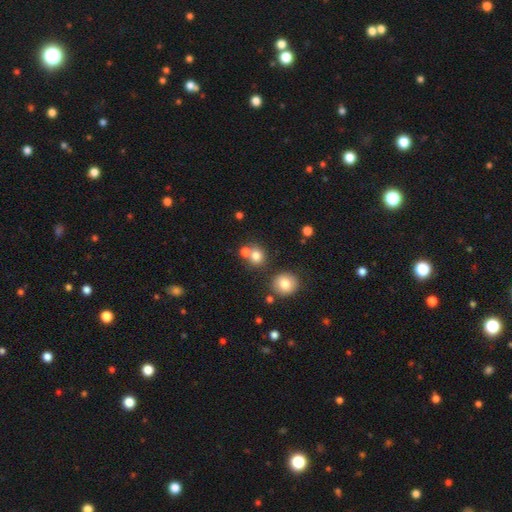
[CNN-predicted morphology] smooth_or_featured: smooth (p=0.77) [alt: star or artifact p=0.14]
how_rounded: round (p=0.82) [alt: in between p=0.17]
merging: none (p=0.56) [alt: merger p=0.32]